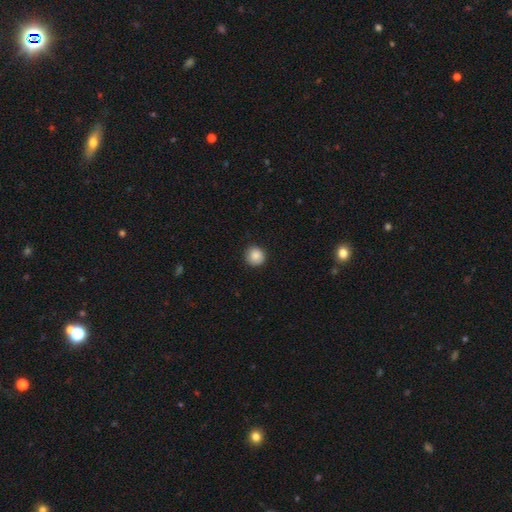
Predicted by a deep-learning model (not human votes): Smooth or featured? smooth (88%)
How rounded? round (92%)
Merging? none (89%)